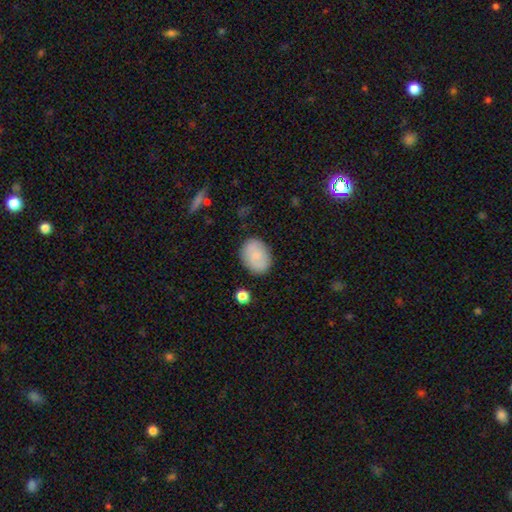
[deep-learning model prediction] smooth_or_featured: smooth (p=0.79) [alt: featured or disk p=0.14]
how_rounded: in between (p=0.67) [alt: round p=0.32]
merging: none (p=0.84) [alt: minor disturbance p=0.11]